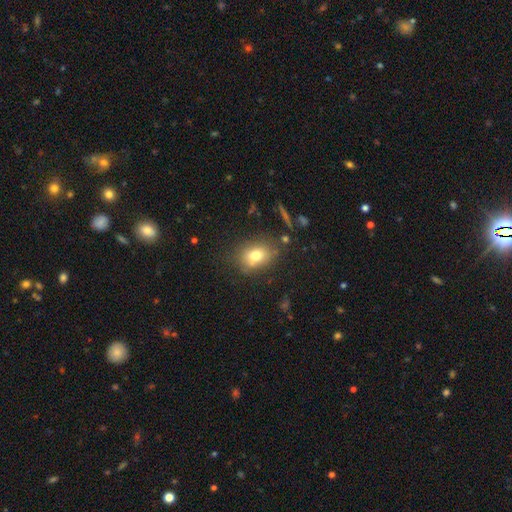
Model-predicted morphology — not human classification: smooth_or_featured: smooth (p=0.75) [alt: featured or disk p=0.13]
how_rounded: in between (p=0.62) [alt: round p=0.36]
merging: none (p=0.74) [alt: minor disturbance p=0.16]